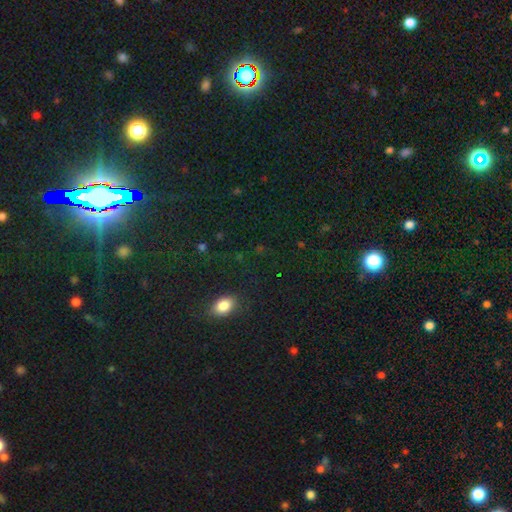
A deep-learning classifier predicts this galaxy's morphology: This is likely a star or artifact rather than a galaxy (69%).